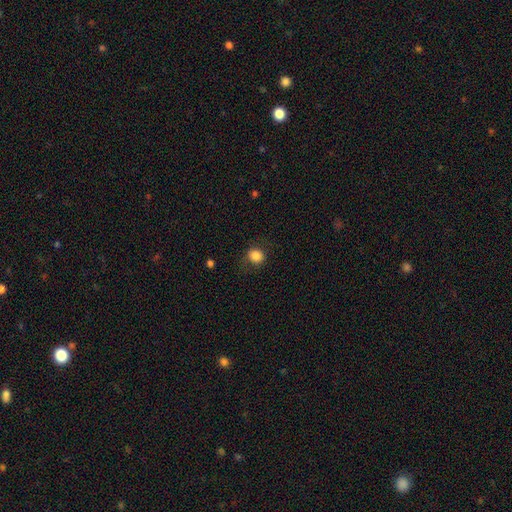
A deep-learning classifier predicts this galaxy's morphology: A smooth galaxy with no disk features (85%) that is round (77%).

Vote fractions:
- Smooth or featured? smooth: 85% / star or artifact: 10% / featured or disk: 5%
- How rounded? round: 77% / in between: 22% / cigar-shaped: 1%
- Merging? none: 76% / minor disturbance: 16% / major disturbance: 6% / merger: 1%